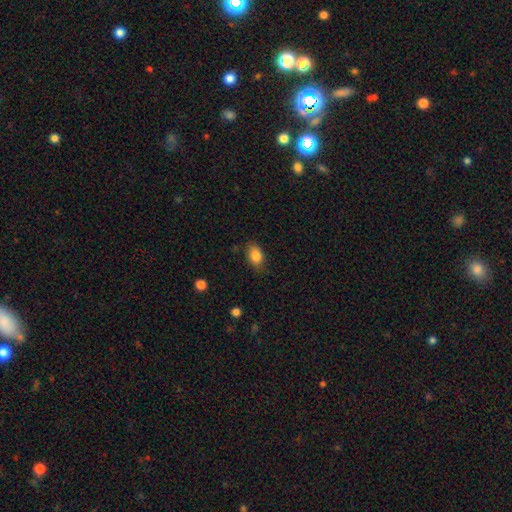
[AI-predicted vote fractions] Smooth or featured: smooth — 85% (star or artifact — 9%)
How rounded: in between — 82% (round — 17%)
Merging: none — 79% (minor disturbance — 16%)